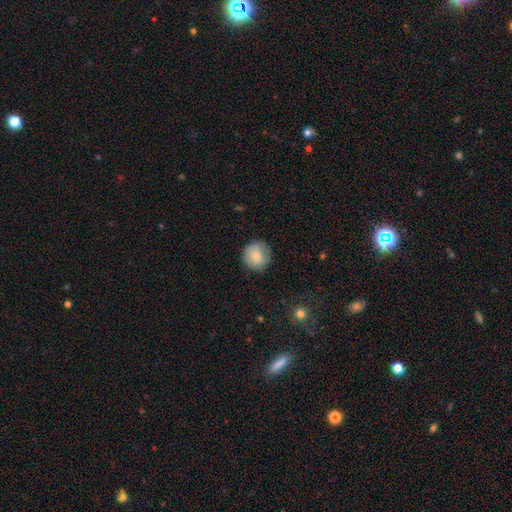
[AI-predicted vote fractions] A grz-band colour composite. It shows a smooth galaxy with no disk features (80%) that is round (94%). Merging: none (84%).